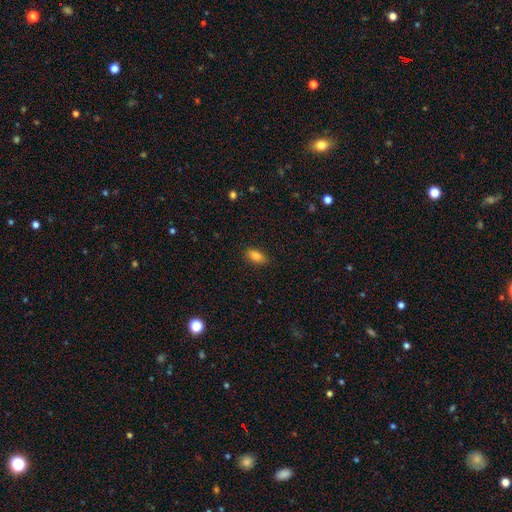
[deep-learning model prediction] smooth_or_featured: smooth (p=0.85) [alt: star or artifact p=0.09]
how_rounded: in between (p=0.88) [alt: cigar-shaped p=0.08]
merging: none (p=0.87) [alt: minor disturbance p=0.10]